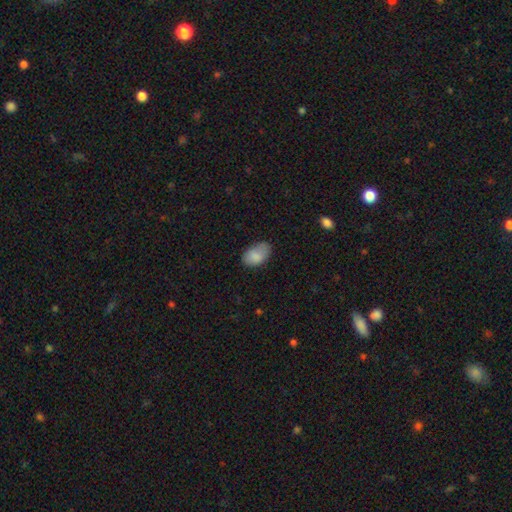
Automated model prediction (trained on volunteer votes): Smooth or featured? Predicted: smooth (p=0.84). How rounded? Predicted: in between (p=0.91). Merging? Predicted: none (p=0.67).